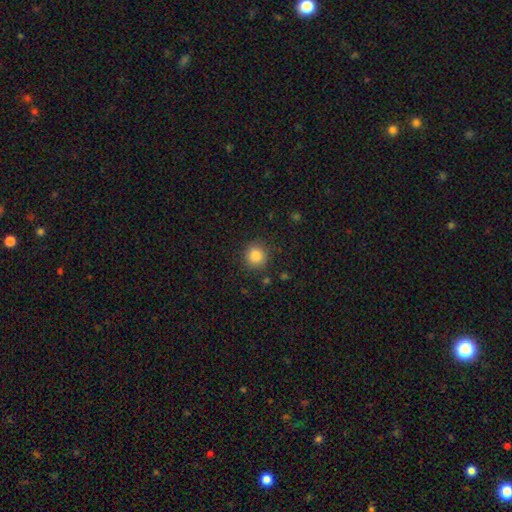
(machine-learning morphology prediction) Smooth or featured?
  - smooth: 84% *
  - star or artifact: 11%
  - featured or disk: 5%
How rounded?
  - round: 91% *
  - in between: 8%
  - cigar-shaped: 1%
Merging?
  - none: 87% *
  - minor disturbance: 8%
  - major disturbance: 3%
  - merger: 2%